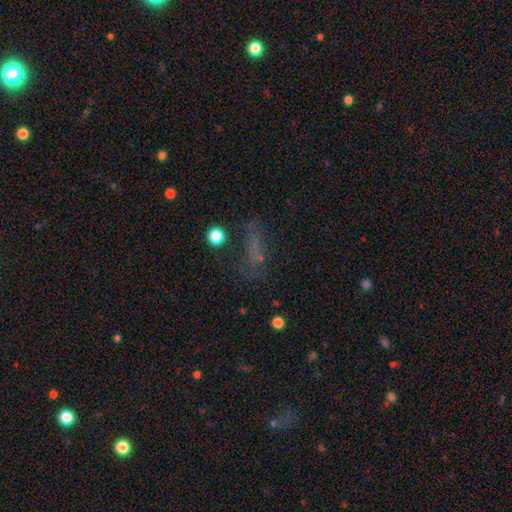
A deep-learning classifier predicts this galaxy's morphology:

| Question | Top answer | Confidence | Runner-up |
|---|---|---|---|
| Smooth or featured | smooth | 45% | star or artifact (33%) |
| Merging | none | 57% | minor disturbance (19%) |